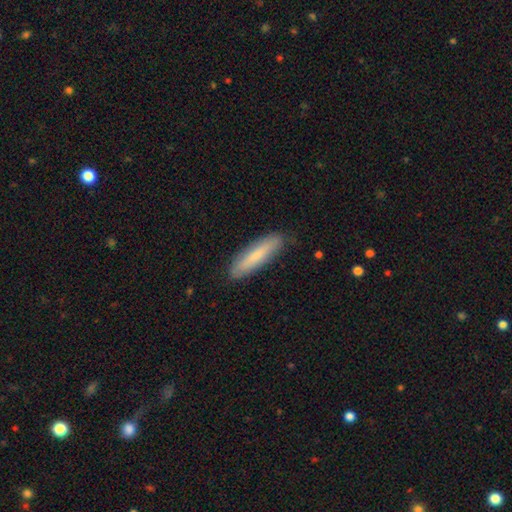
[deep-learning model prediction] smooth-or-featured: smooth: 76% | featured or disk: 18% | star or artifact: 6%
  how-rounded: cigar-shaped: 78% | in between: 21% | round: 1%
  merging: none: 86% | minor disturbance: 11% | major disturbance: 2% | merger: 1%